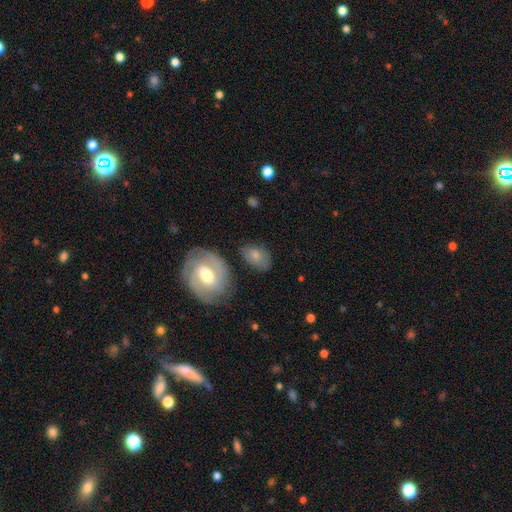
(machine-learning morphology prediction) Smooth or featured: smooth — 67% (featured or disk — 26%)
How rounded: in between — 80% (round — 18%)
Merging: none — 70% (minor disturbance — 18%)